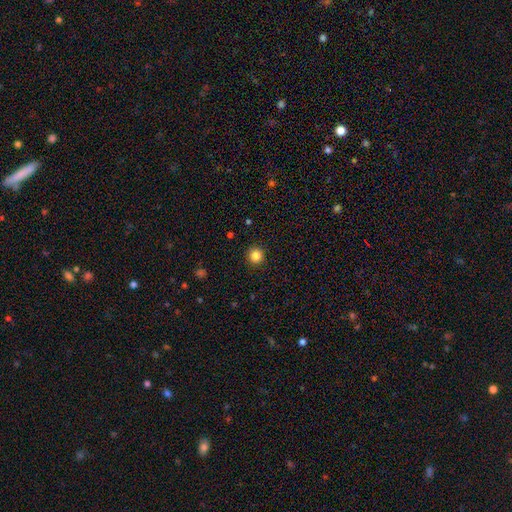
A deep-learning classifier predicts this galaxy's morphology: smooth-or-featured: smooth: 84% | star or artifact: 12% | featured or disk: 4%
  how-rounded: round: 95% | in between: 4% | cigar-shaped: 1%
  merging: none: 93% | minor disturbance: 5% | major disturbance: 2% | merger: 1%